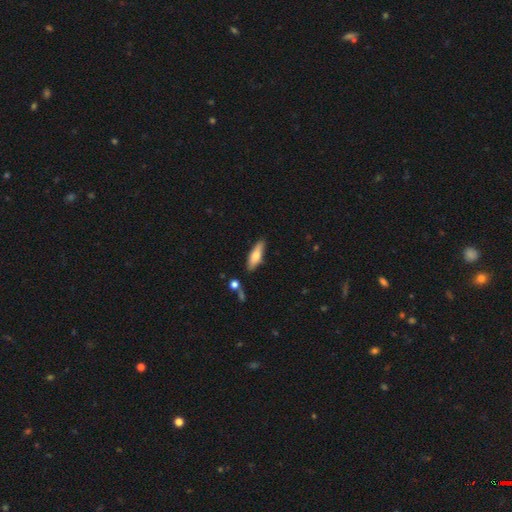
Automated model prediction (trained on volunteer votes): The model was most divided on "how rounded": cigar-shaped: 53%, in between: 45%, round: 2%. More confident: merging — none (81%); smooth or featured — smooth (68%).